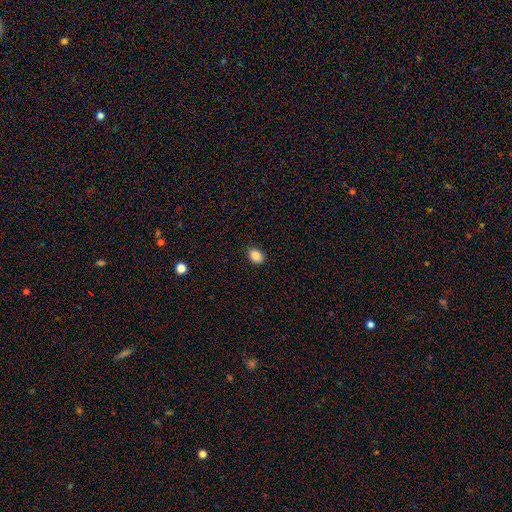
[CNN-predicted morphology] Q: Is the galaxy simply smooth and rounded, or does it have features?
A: smooth — 87%.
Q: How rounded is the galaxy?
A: in between — 66%.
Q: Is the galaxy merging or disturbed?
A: none — 87%.